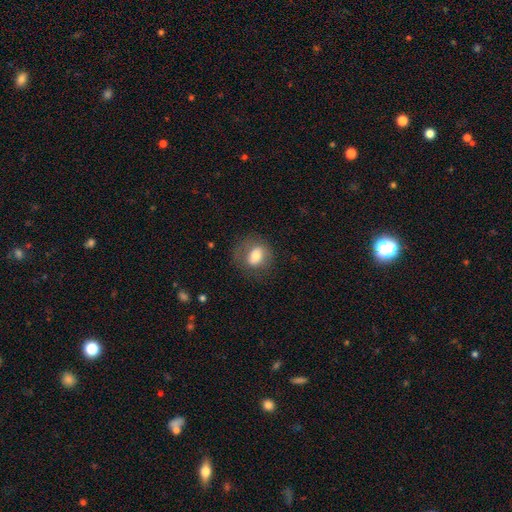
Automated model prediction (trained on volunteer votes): Q: Smooth or featured?
A: smooth (67%); runner-up: featured or disk (24%)
Q: How rounded?
A: in between (51%); runner-up: round (48%)
Q: Merging?
A: none (69%); runner-up: minor disturbance (18%)